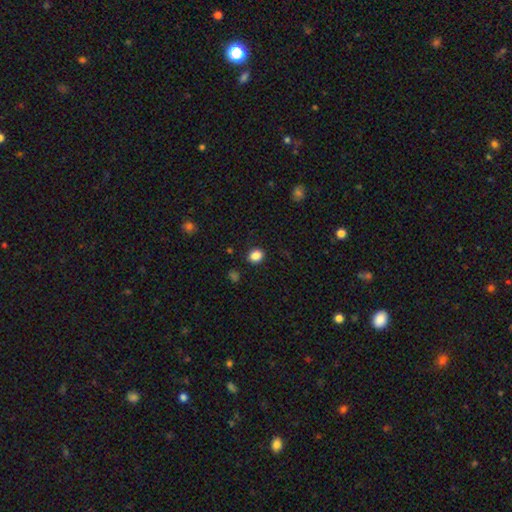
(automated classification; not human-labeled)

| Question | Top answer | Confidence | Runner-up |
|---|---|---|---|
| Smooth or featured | smooth | 86% | star or artifact (11%) |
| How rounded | round | 57% | in between (42%) |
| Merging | none | 88% | minor disturbance (8%) |